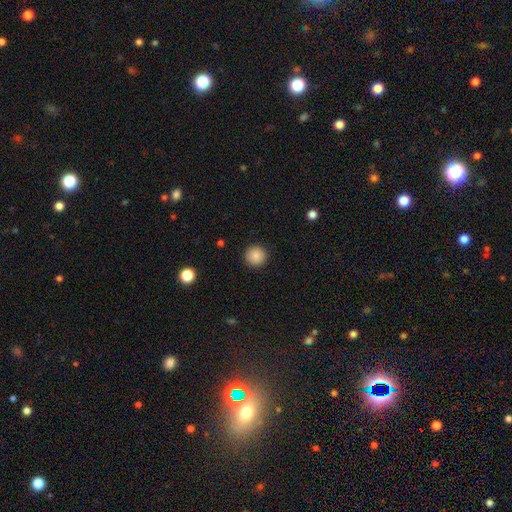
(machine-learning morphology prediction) Smooth or featured?
  - smooth: 87% *
  - star or artifact: 9%
  - featured or disk: 4%
How rounded?
  - round: 95% *
  - in between: 4%
  - cigar-shaped: 1%
Merging?
  - none: 92% *
  - minor disturbance: 5%
  - major disturbance: 2%
  - merger: 1%